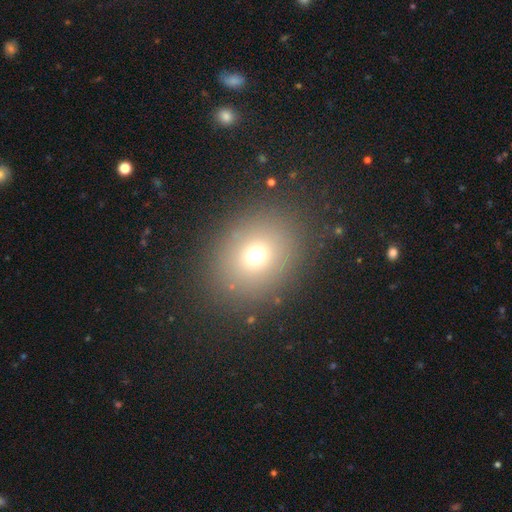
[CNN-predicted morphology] Overall: smooth (68%). How rounded: round (65%; in between 34%). Merging: none (85%).